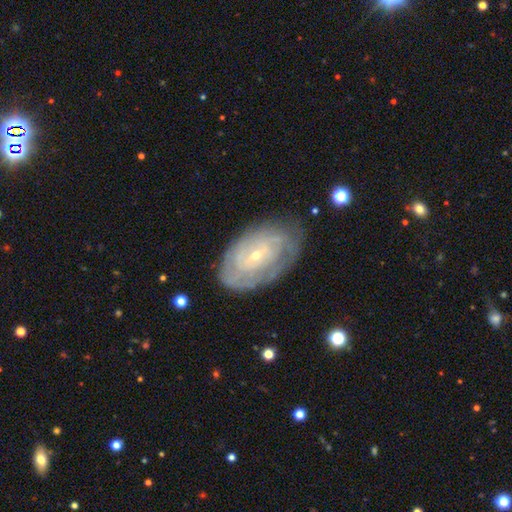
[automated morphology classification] Overall: featured or disk (78%). Edge-on disk: no (95%). Bar: no (70%). Spiral arms: yes (83%). Spiral arm count: can't tell (56%; 2 17%). Spiral winding: tight (76%). Bulge size: small (77%). Merging: none (73%).